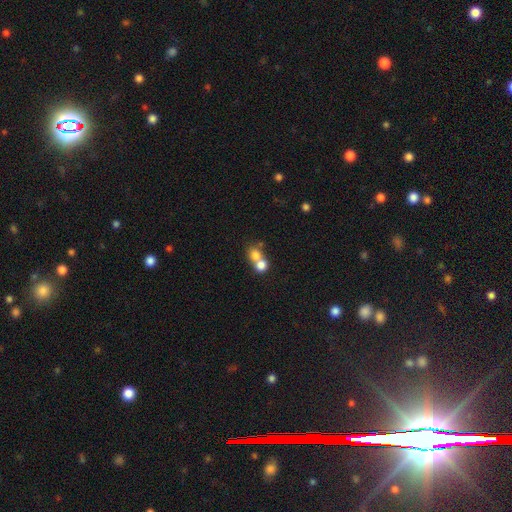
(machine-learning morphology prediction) smooth-or-featured: smooth: 75% | featured or disk: 14% | star or artifact: 11%
  how-rounded: round: 77% | in between: 22% | cigar-shaped: 1%
  merging: merger: 62% | none: 30% | minor disturbance: 5% | major disturbance: 3%